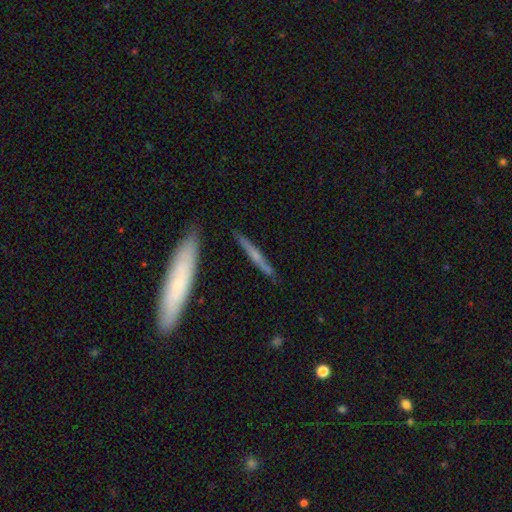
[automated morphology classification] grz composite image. It shows a featured or disk galaxy (54%) viewed edge-on (93%) with a rounded central bulge (45%, tied with none). Merging: none (85%).